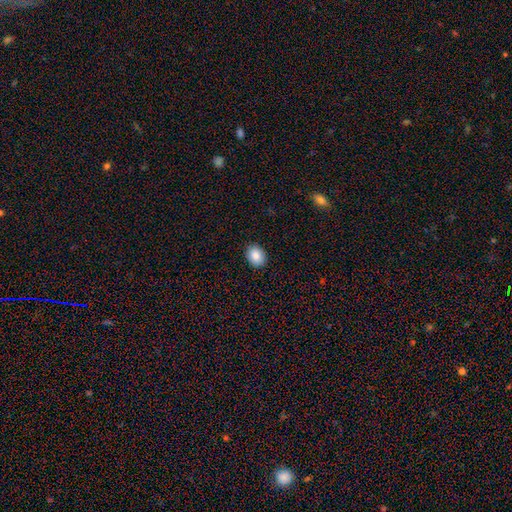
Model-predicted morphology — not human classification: This is clearly a smooth galaxy (86%). How rounded: possibly in between (53%). Merging: clearly none (90%).